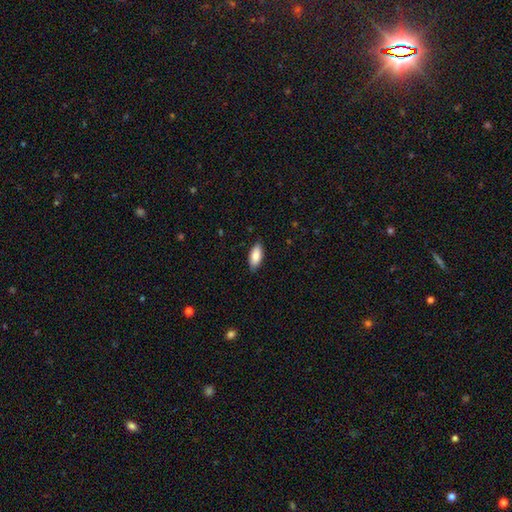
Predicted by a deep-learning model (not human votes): Smooth or featured? Predicted: smooth (p=0.87). How rounded? Predicted: in between (p=0.85). Merging? Predicted: none (p=0.87).